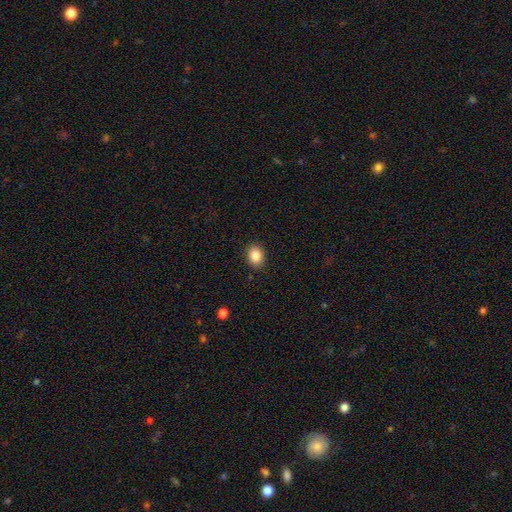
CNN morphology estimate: smooth_or_featured: smooth (p=0.87) [alt: star or artifact p=0.09]
how_rounded: in between (p=0.60) [alt: round p=0.39]
merging: none (p=0.88) [alt: minor disturbance p=0.08]